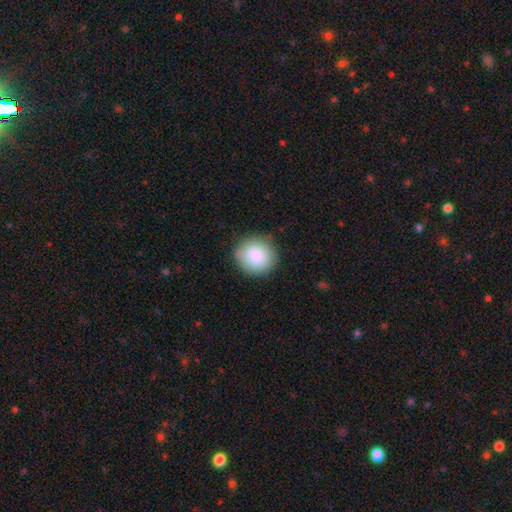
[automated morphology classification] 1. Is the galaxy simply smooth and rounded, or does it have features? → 86% smooth, 7% star or artifact, 7% featured or disk.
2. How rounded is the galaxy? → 89% round, 10% in between, 1% cigar-shaped.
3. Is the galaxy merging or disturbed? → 85% none, 11% minor disturbance, 3% major disturbance, 1% merger.